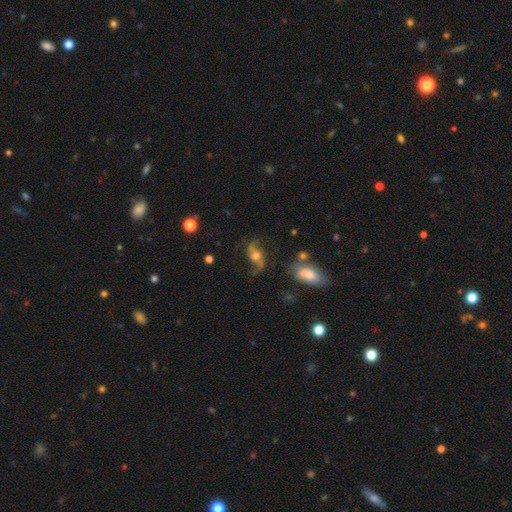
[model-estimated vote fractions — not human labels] featured or disk 81%, smooth 11%, star or artifact 9%. Down the decision tree: edge-on disk — no (95%); bar — no (55%); spiral arms — yes (94%); spiral arm count — 2 (93%); spiral winding — loose (78%); bulge size — moderate (56%); merging — none (67%).